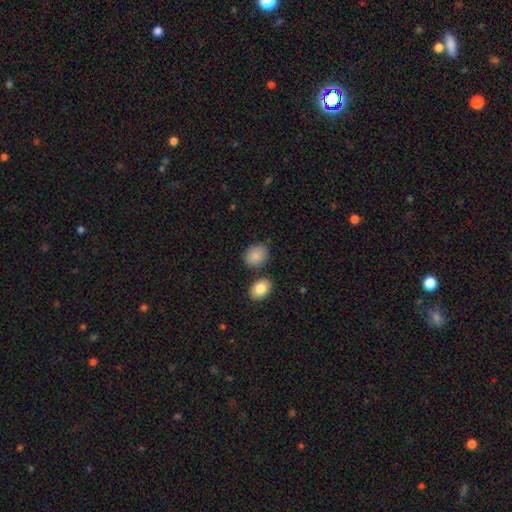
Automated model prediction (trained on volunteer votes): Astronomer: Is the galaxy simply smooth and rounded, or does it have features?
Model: smooth — 86%.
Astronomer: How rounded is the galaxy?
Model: in between — 52% (runner-up: round, 47%).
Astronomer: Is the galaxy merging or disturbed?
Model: none — 74%.